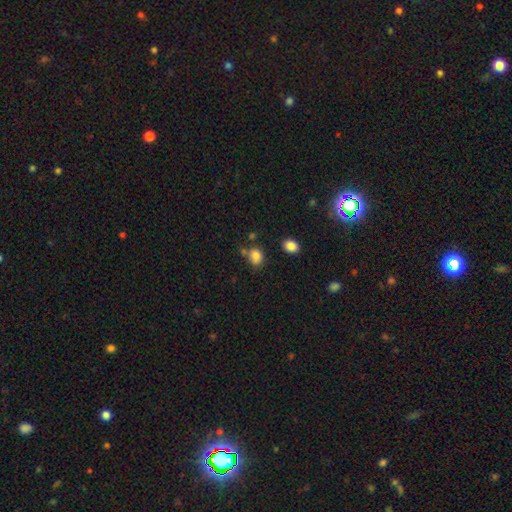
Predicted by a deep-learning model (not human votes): Smooth or featured: smooth — 82% (star or artifact — 11%)
How rounded: round — 53% (in between — 46%)
Merging: none — 61% (minor disturbance — 19%)